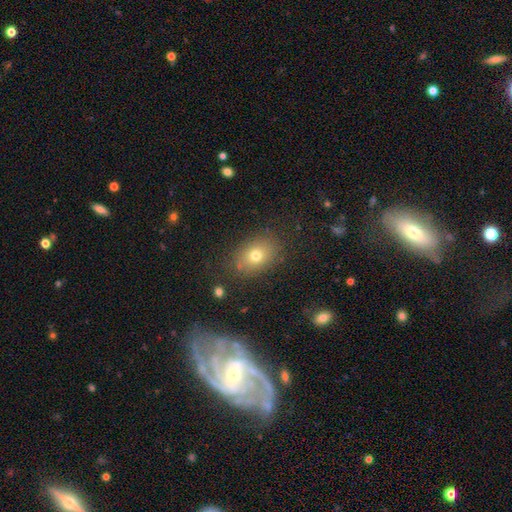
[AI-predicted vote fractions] The model was most divided on "how rounded": in between: 72%, round: 27%, cigar-shaped: 1%. More confident: merging — none (81%); smooth or featured — smooth (73%).